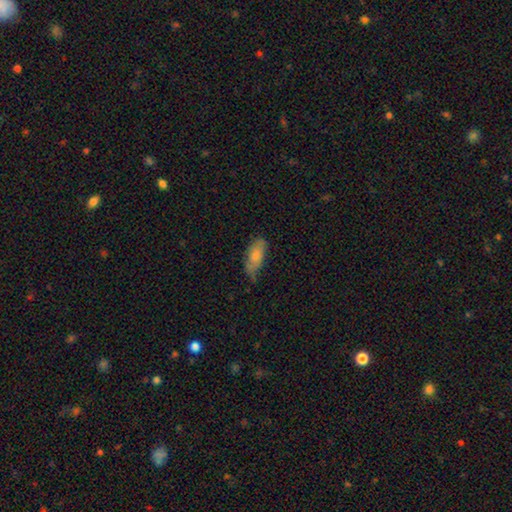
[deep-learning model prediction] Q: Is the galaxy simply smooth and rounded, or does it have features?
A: smooth — 74%.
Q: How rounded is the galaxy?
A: in between — 86%.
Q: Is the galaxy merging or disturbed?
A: none — 51%.